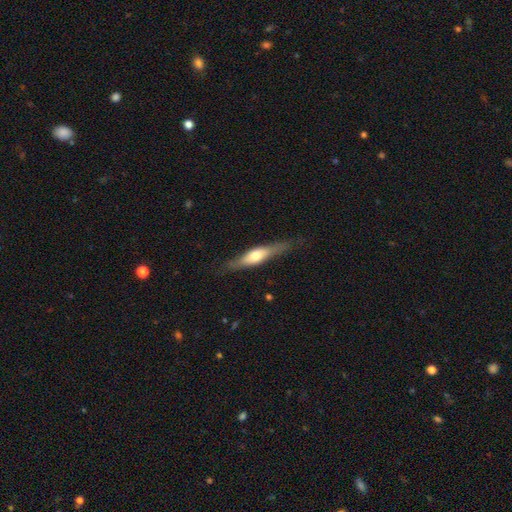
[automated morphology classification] Q: Smooth or featured?
A: featured or disk (52%); runner-up: smooth (43%)
Q: Edge-on disk?
A: yes (86%); runner-up: no (14%)
Q: Merging?
A: none (79%); runner-up: minor disturbance (16%)